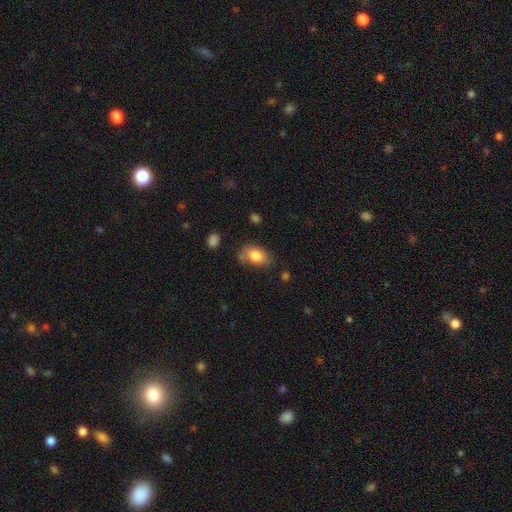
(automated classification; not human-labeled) A smooth galaxy with no disk features (82%) that is in between round and cigar-shaped (86%). Merging: none (62%).